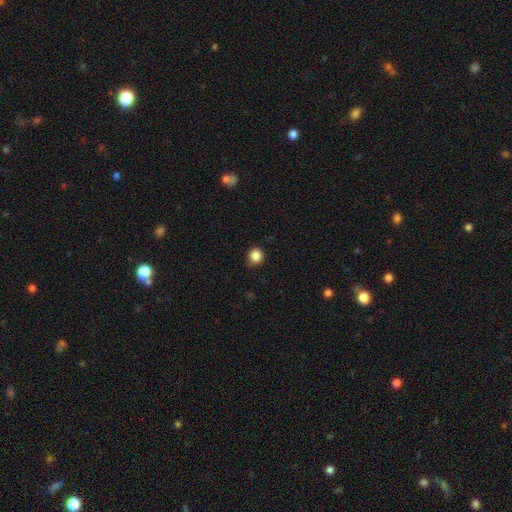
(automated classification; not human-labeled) smooth 86%, star or artifact 11%, featured or disk 4%. Down the decision tree: how rounded — round (87%); merging — none (84%).